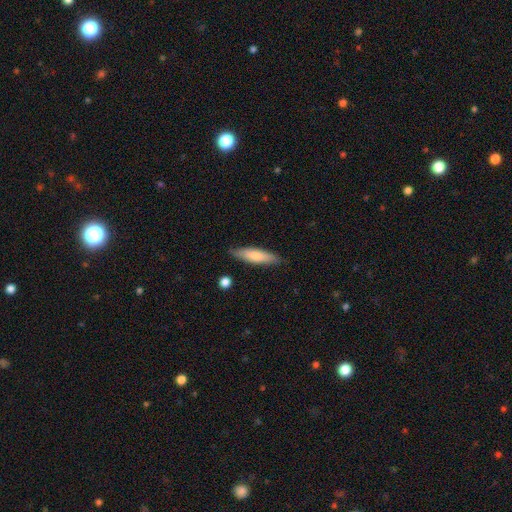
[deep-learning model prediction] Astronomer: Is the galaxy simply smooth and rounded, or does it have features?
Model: smooth — 72%.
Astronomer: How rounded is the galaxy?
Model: cigar-shaped — 68%.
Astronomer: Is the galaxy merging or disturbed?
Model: none — 85%.